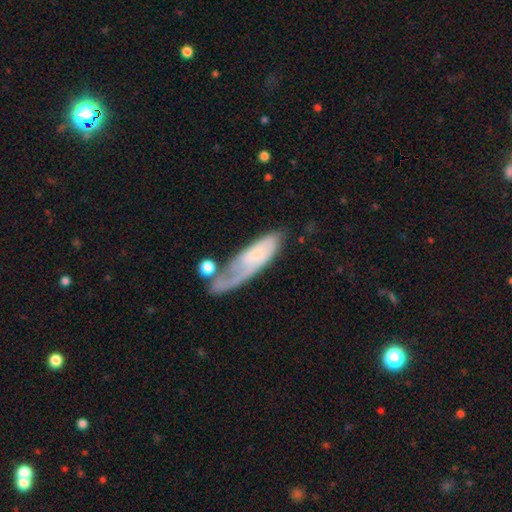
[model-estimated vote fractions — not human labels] Smooth or featured? featured or disk (54%)
Edge-on disk? no (84%)
Merging? major disturbance (31%, tied with none)